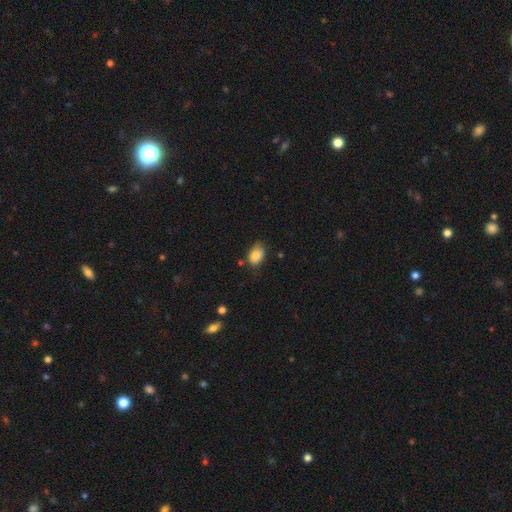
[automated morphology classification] Smooth or featured? Predicted: smooth (p=0.85). How rounded? Predicted: in between (p=0.83). Merging? Predicted: none (p=0.58).